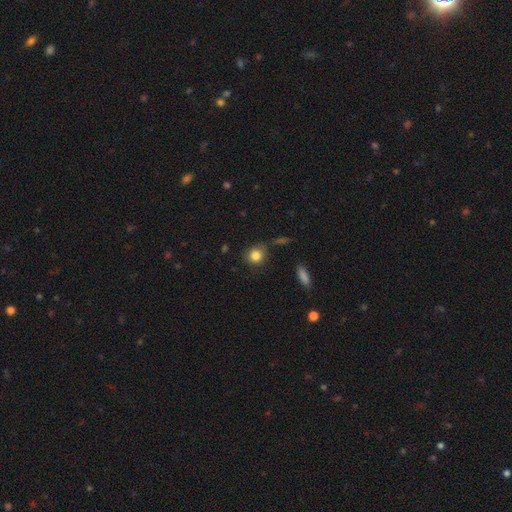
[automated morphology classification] Smooth or featured? Predicted: smooth (p=0.84). How rounded? Predicted: round (p=0.76). Merging? Predicted: none (p=0.75).